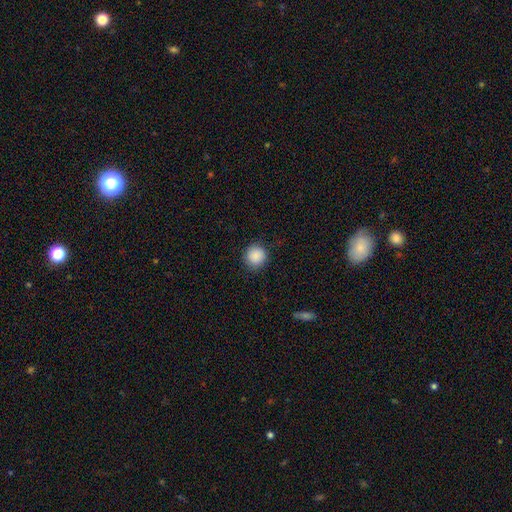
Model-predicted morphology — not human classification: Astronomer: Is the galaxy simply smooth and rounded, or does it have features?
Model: smooth — 89%.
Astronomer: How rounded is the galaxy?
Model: round — 92%.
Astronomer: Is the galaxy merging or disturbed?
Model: none — 89%.